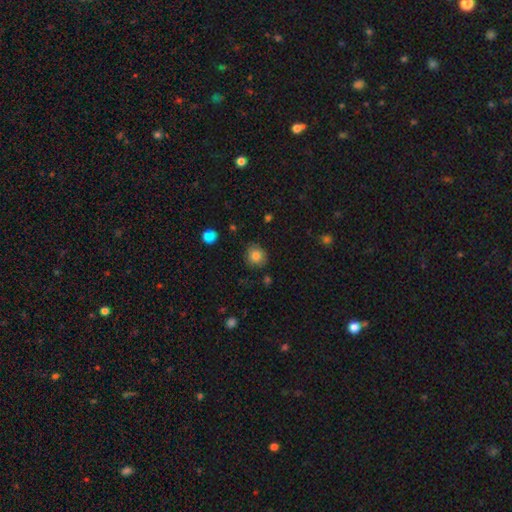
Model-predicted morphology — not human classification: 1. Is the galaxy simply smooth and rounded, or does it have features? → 83% smooth, 11% star or artifact, 7% featured or disk.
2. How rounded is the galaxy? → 83% round, 16% in between, 1% cigar-shaped.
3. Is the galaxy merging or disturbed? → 82% none, 13% minor disturbance, 3% major disturbance, 2% merger.